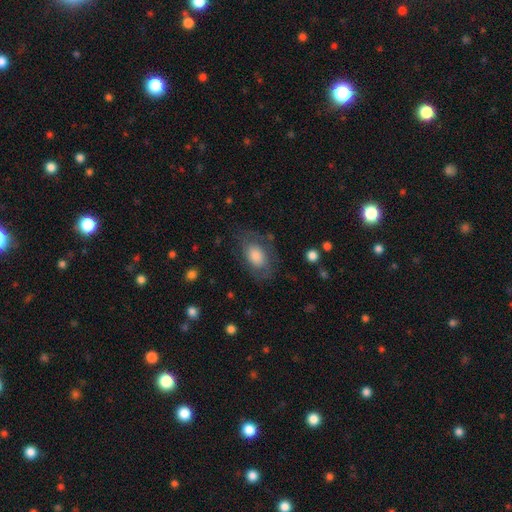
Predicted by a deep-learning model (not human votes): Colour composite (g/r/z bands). It shows a smooth galaxy with no disk features (59%) that is in between round and cigar-shaped (88%). Merging: none (69%).